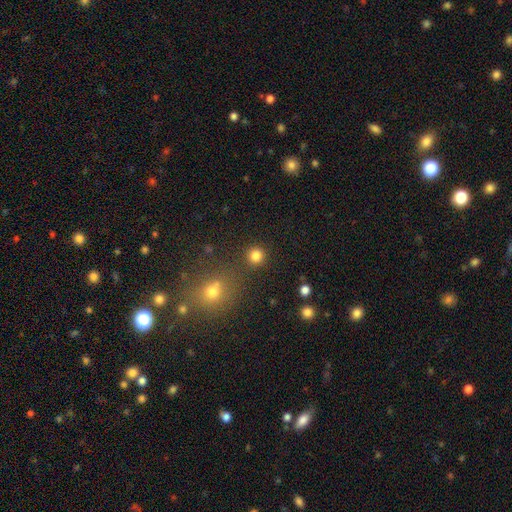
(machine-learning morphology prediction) Smooth or featured?
  - smooth: 82% *
  - star or artifact: 14%
  - featured or disk: 4%
How rounded?
  - round: 94% *
  - in between: 5%
  - cigar-shaped: 1%
Merging?
  - none: 87% *
  - minor disturbance: 6%
  - merger: 5%
  - major disturbance: 3%